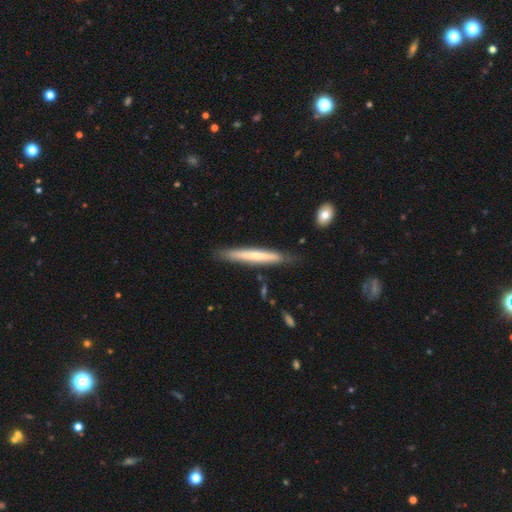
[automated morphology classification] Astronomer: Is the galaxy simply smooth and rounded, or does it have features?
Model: smooth — 57% (runner-up: featured or disk, 37%).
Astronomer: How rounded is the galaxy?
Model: cigar-shaped — 96%.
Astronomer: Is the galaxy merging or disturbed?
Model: none — 84%.